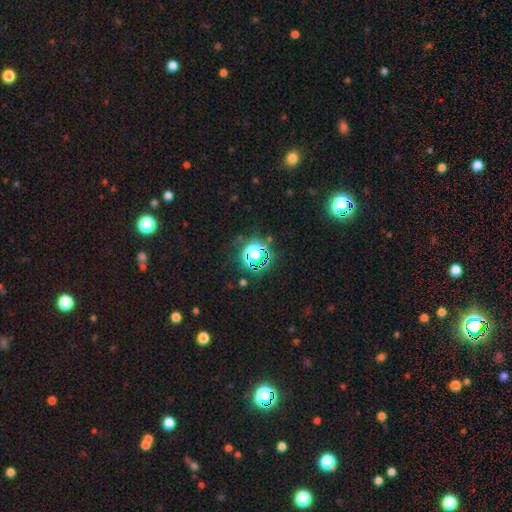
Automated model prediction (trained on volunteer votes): The model was most divided on "smooth or featured": star or artifact: 61%, smooth: 29%, featured or disk: 10%.